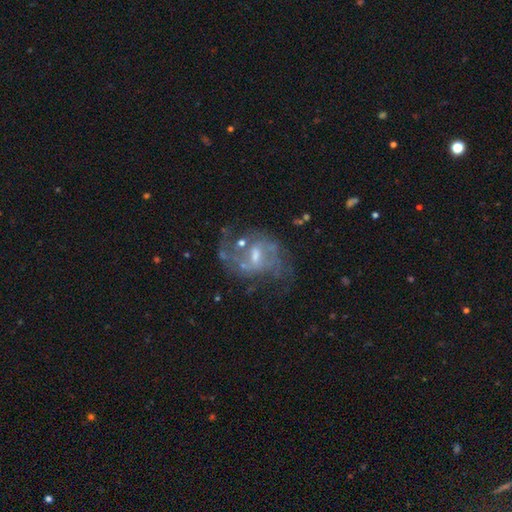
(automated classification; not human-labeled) Smooth or featured?
  - featured or disk: 81% *
  - smooth: 10%
  - star or artifact: 9%
Edge-on disk?
  - no: 97% *
  - yes: 3%
Bar?
  - weak: 57% *
  - no: 27%
  - strong: 16%
Spiral arms?
  - yes: 84% *
  - no: 16%
Spiral winding?
  - medium: 45% *
  - loose: 38%
  - tight: 17%
Spiral arm count?
  - 2: 64% *
  - can't tell: 20%
  - 3: 7%
  - 1: 4%
  - 4: 3%
  - more than 4: 3%
Bulge size?
  - small: 44% *
  - moderate: 43%
  - none: 9%
  - large: 3%
  - dominant: 1%
Merging?
  - none: 55% *
  - major disturbance: 20%
  - minor disturbance: 19%
  - merger: 6%